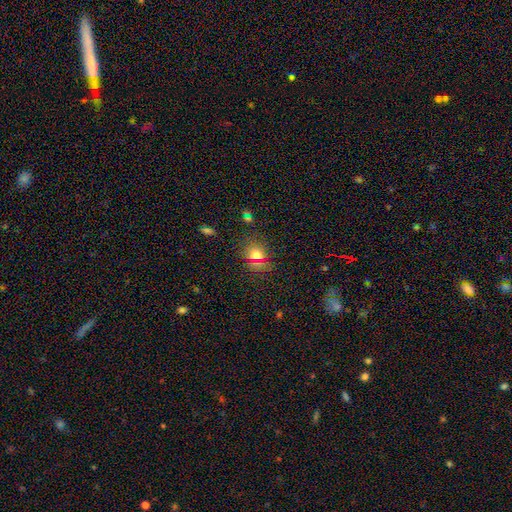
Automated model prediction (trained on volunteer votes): Overall: smooth (65%; star or artifact 26%). How rounded: round (73%). Merging: none (82%).